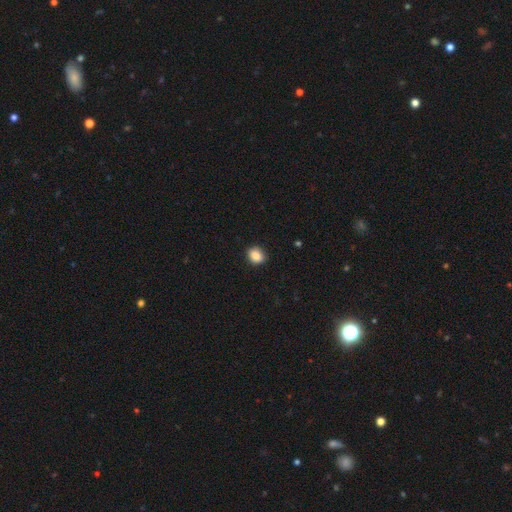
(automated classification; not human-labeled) This is clearly a smooth galaxy (87%). How rounded: possibly round (56%). Merging: clearly none (87%).